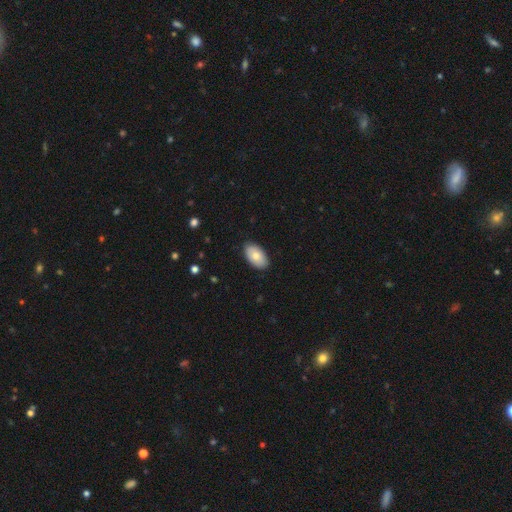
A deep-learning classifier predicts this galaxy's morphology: Q: Smooth or featured?
A: smooth (79%); runner-up: featured or disk (15%)
Q: How rounded?
A: in between (94%); runner-up: round (4%)
Q: Merging?
A: none (87%); runner-up: minor disturbance (10%)